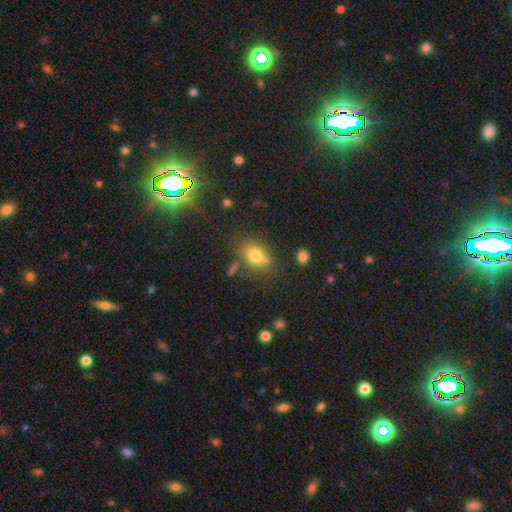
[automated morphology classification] Smooth or featured: smooth — 77% (star or artifact — 12%)
How rounded: in between — 65% (round — 33%)
Merging: none — 68% (minor disturbance — 17%)